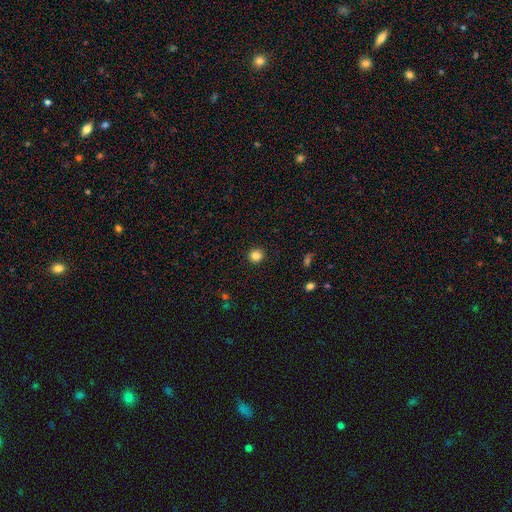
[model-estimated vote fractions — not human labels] This is clearly a smooth galaxy (84%). How rounded: clearly round (93%). Merging: clearly none (92%).